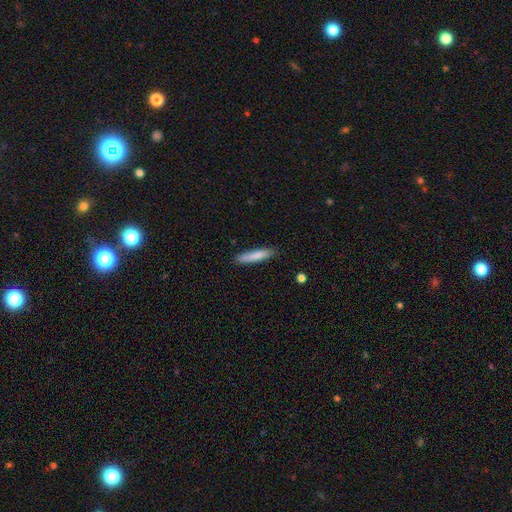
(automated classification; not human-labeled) Smooth or featured?
  - smooth: 81% *
  - featured or disk: 13%
  - star or artifact: 6%
How rounded?
  - cigar-shaped: 87% *
  - in between: 11%
  - round: 1%
Merging?
  - none: 84% *
  - minor disturbance: 12%
  - major disturbance: 2%
  - merger: 2%